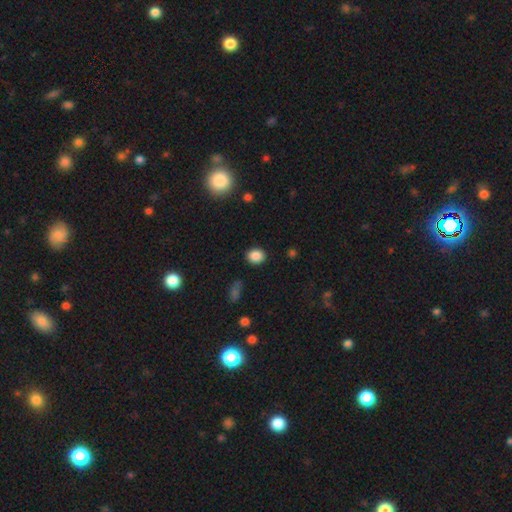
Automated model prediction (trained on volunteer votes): A smooth galaxy with no disk features (87%) that is round (57%). Merging: none (88%).